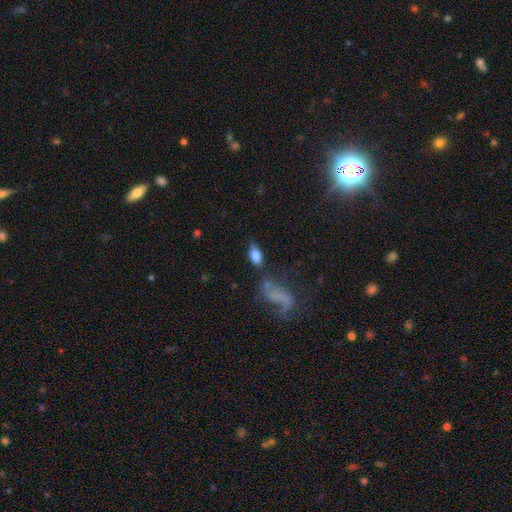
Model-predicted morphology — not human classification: Smooth or featured? Predicted: smooth (p=0.76). How rounded? Predicted: in between (p=0.88). Merging? Predicted: none (p=0.57).